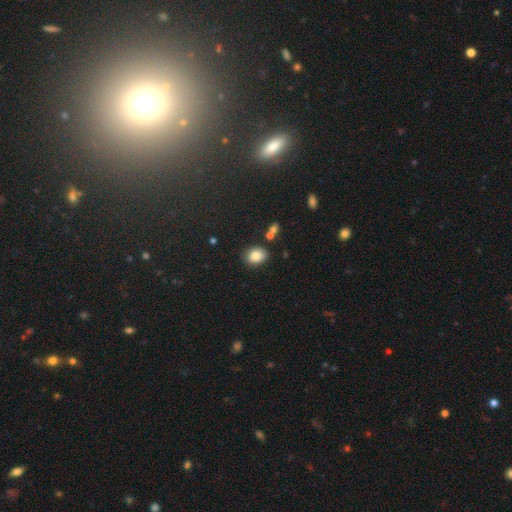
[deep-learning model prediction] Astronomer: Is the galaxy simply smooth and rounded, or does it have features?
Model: smooth — 84%.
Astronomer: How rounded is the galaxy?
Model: in between — 62% (runner-up: round, 37%).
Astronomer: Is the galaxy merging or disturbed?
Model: none — 79%.